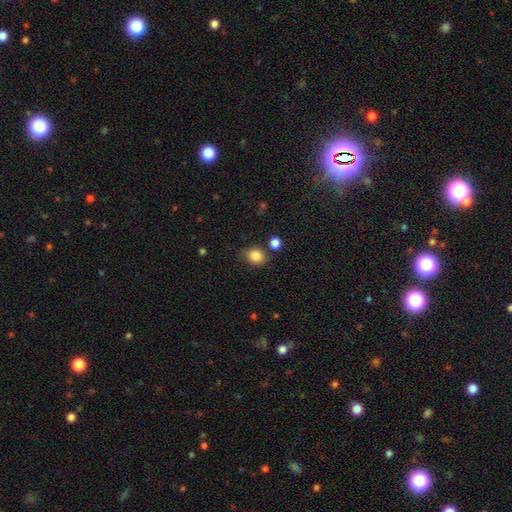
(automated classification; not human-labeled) Q: Smooth or featured?
A: smooth (84%); runner-up: star or artifact (10%)
Q: How rounded?
A: round (54%); runner-up: in between (45%)
Q: Merging?
A: none (70%); runner-up: minor disturbance (17%)